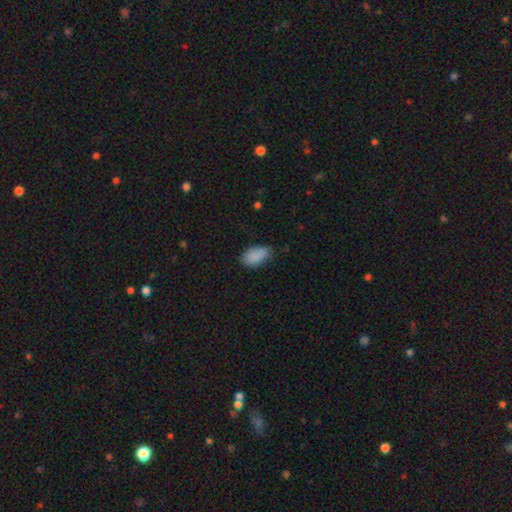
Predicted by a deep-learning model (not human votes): Smooth or featured: smooth — 89% (star or artifact — 7%)
How rounded: in between — 94% (round — 4%)
Merging: none — 77% (minor disturbance — 19%)